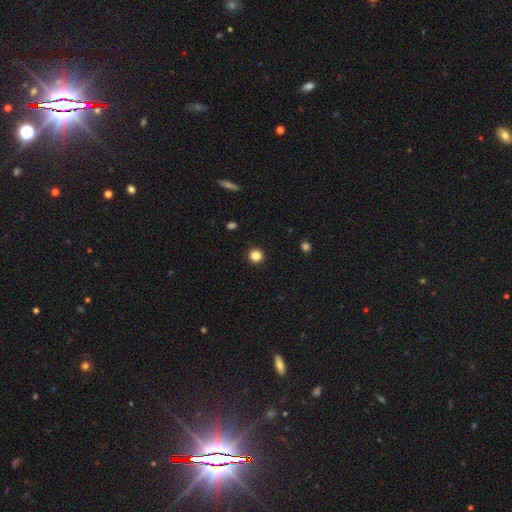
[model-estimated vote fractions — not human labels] Morphology: type=smooth (84%); roundness=round (95%); merging=none (93%).